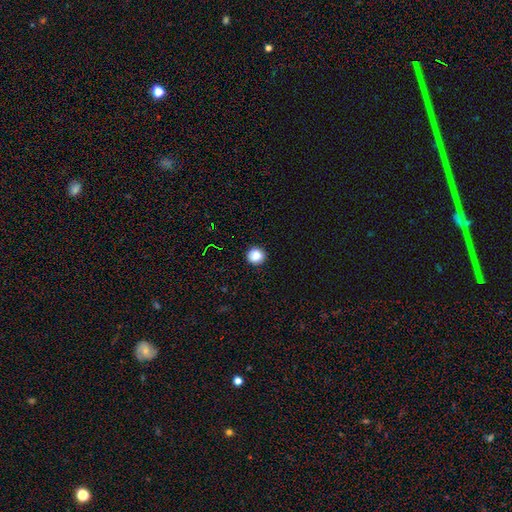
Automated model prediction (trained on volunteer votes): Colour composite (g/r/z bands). It shows a smooth galaxy with no disk features (86%) that is round (94%). Merging: none (92%).